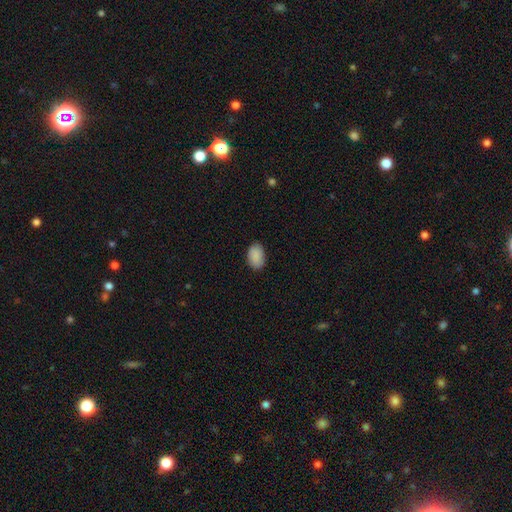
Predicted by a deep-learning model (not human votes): This appears to be a smooth galaxy with no disk features (90%) that is in between round and cigar-shaped (88%). Merging: none (86%).